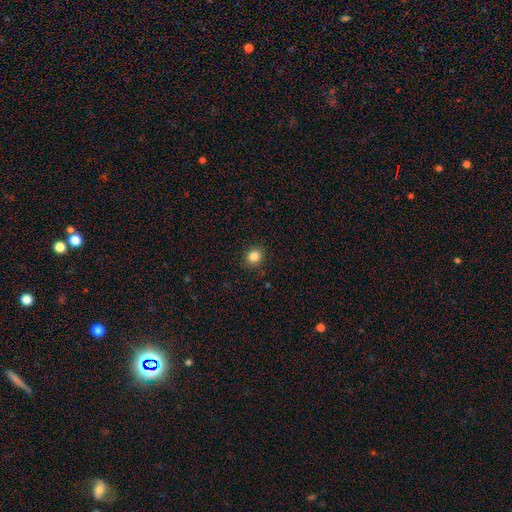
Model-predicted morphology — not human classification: smooth_or_featured: smooth (p=0.84) [alt: star or artifact p=0.12]
how_rounded: round (p=0.84) [alt: in between p=0.15]
merging: none (p=0.90) [alt: minor disturbance p=0.07]